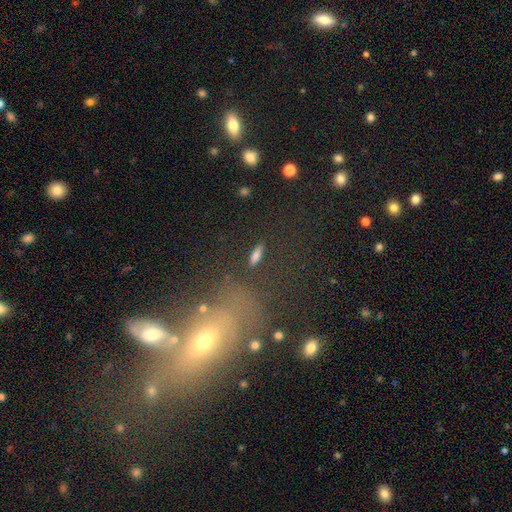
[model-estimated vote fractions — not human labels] The model was most divided on "how rounded": in between: 48%, cigar-shaped: 46%, round: 6%. More confident: merging — none (88%); smooth or featured — smooth (75%).